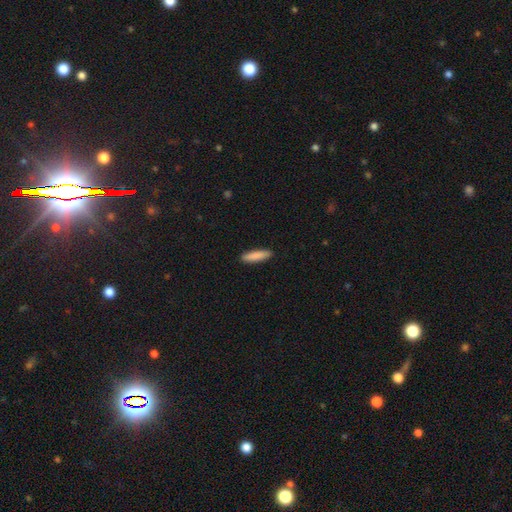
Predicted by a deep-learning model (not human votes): Smooth or featured? Predicted: smooth (p=0.88). How rounded? Predicted: cigar-shaped (p=0.75). Merging? Predicted: none (p=0.90).